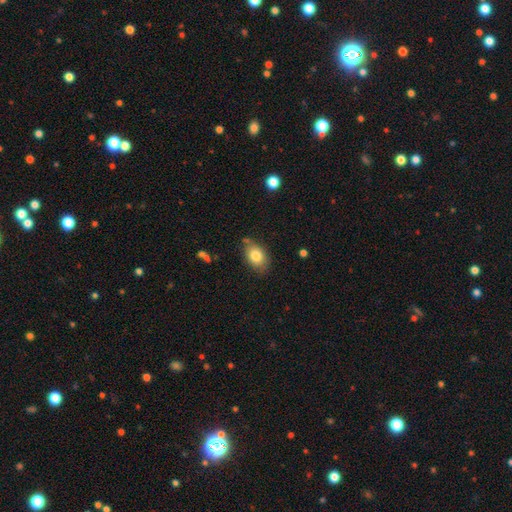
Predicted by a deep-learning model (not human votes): A smooth galaxy with no disk features (82%) that is in between round and cigar-shaped (80%). Merging: none (73%).